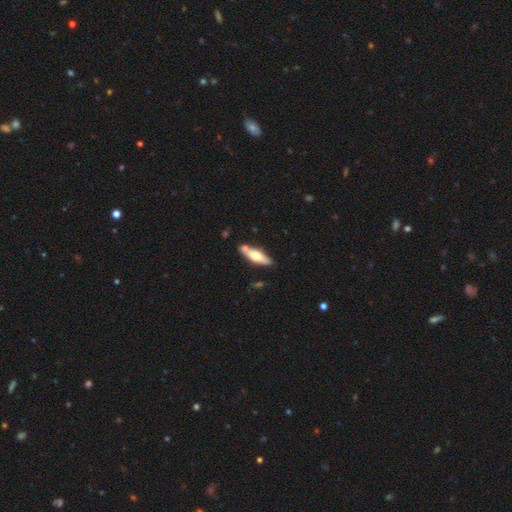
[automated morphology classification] Smooth or featured? smooth (53%)
How rounded? cigar-shaped (53%)
Merging? none (74%)